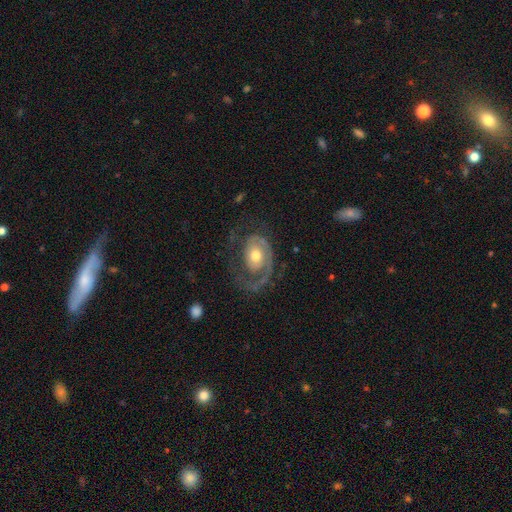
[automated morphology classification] featured or disk 77%, smooth 17%, star or artifact 5%. Down the decision tree: edge-on disk — no (96%); bar — no (76%); spiral arms — yes (86%); spiral arm count — 1 (72%); spiral winding — tight (45%); bulge size — moderate (67%); merging — none (47%).